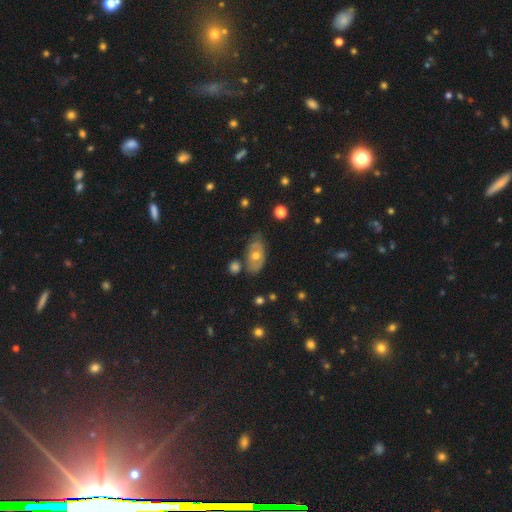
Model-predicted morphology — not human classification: featured or disk 48%, smooth 44%, star or artifact 9%. Down the decision tree: merging — none (67%).